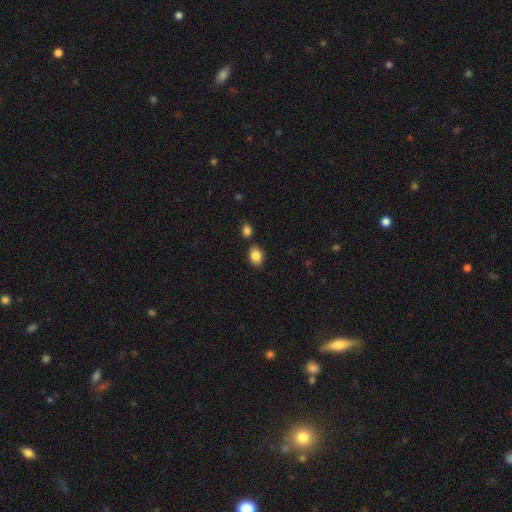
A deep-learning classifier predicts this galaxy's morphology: Overall: smooth (86%). How rounded: in between (71%). Merging: none (78%).